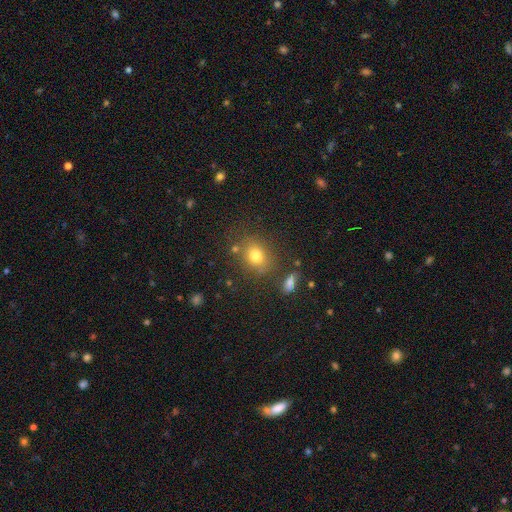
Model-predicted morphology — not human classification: Smooth or featured: smooth — 76% (star or artifact — 14%)
How rounded: round — 56% (in between — 43%)
Merging: none — 75% (minor disturbance — 13%)